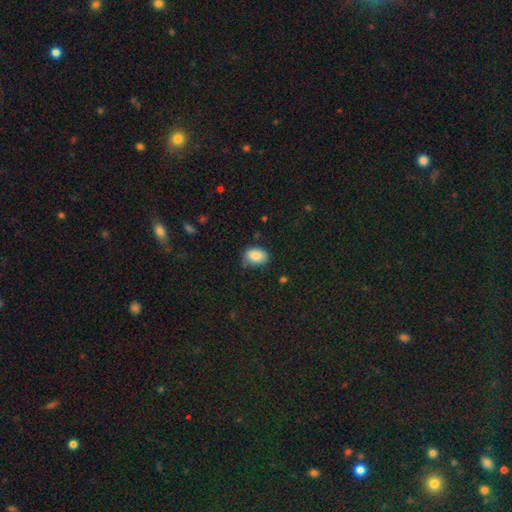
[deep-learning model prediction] Morphology: type=smooth (86%); roundness=in between (79%); merging=none (72%).